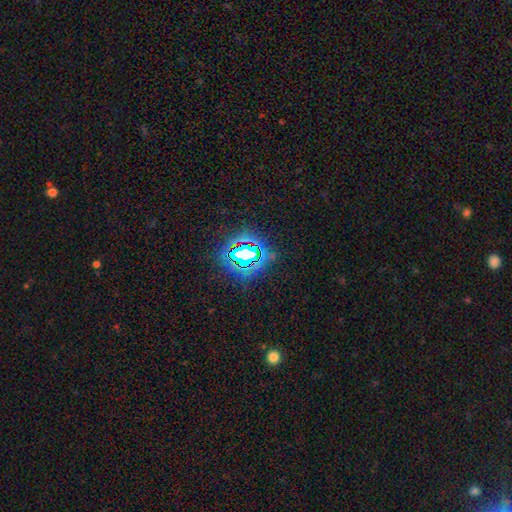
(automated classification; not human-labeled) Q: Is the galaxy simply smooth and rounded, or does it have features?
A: star or artifact — 81%.